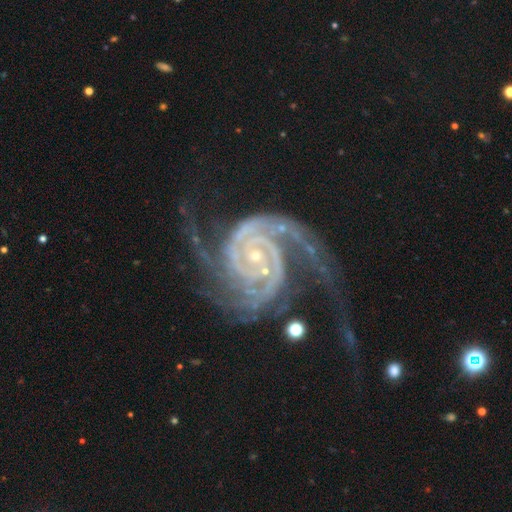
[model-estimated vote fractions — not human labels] Overall: featured or disk (94%). Edge-on disk: no (98%). Bar: no (64%). Spiral arms: yes (99%). Spiral arm count: 2 (55%; 3 17%). Spiral winding: tight (56%; medium 37%). Bulge size: small (83%). Merging: none (49%; major disturbance 28%).